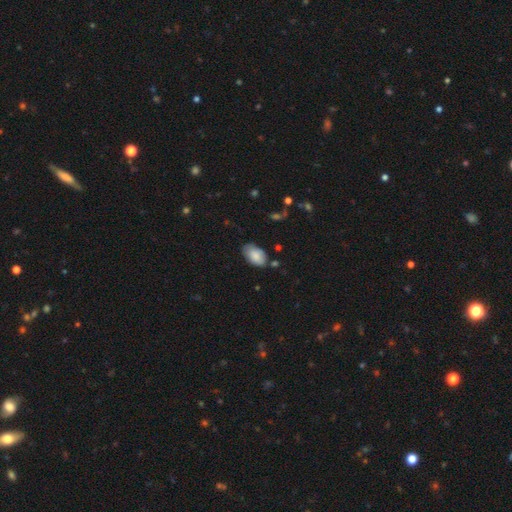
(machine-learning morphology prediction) Overall: smooth (84%). How rounded: in between (94%). Merging: none (70%).